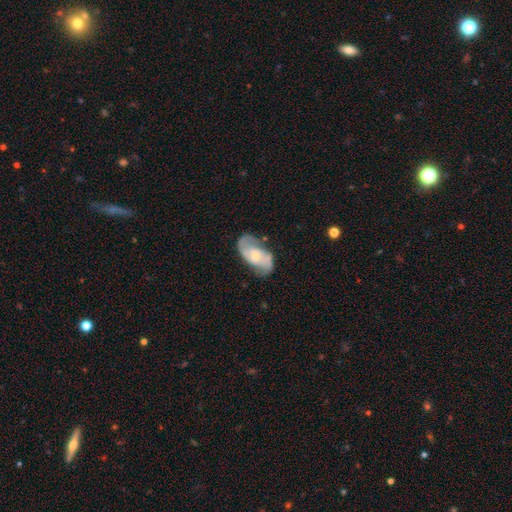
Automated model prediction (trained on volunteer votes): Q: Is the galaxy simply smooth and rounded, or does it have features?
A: featured or disk — 73%.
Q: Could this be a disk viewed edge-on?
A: no — 96%.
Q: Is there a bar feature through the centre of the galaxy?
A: no — 53%.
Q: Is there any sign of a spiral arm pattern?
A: yes — 89%.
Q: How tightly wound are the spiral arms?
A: medium — 48%.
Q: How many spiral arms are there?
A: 2 — 85%.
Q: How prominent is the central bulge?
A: small — 54%.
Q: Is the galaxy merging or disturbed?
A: none — 65%.